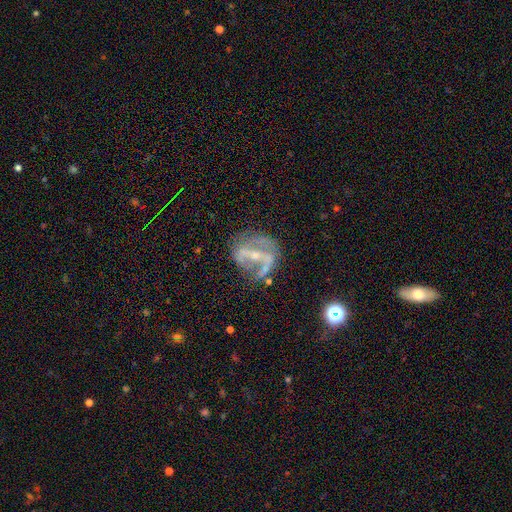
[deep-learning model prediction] Q: Smooth or featured?
A: featured or disk (83%); runner-up: smooth (9%)
Q: Edge-on disk?
A: no (94%); runner-up: yes (6%)
Q: Bar?
A: strong (63%); runner-up: weak (24%)
Q: Spiral arms?
A: yes (79%); runner-up: no (21%)
Q: Spiral winding?
A: medium (42%); runner-up: loose (34%)
Q: Spiral arm count?
A: 2 (68%); runner-up: can't tell (14%)
Q: Bulge size?
A: small (67%); runner-up: moderate (28%)
Q: Merging?
A: none (51%); runner-up: minor disturbance (23%)